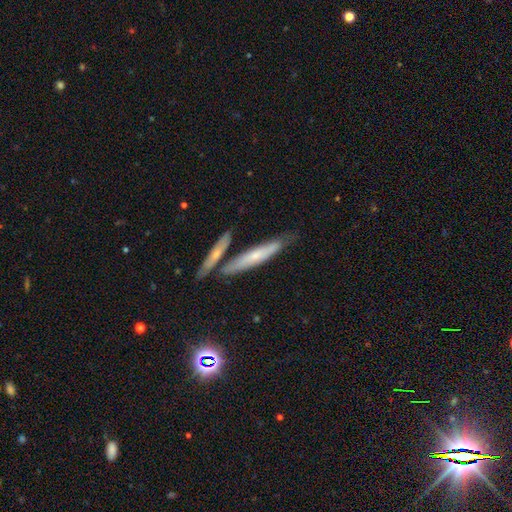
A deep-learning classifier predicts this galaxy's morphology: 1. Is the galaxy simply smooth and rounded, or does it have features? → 46% featured or disk (tied), 46% smooth (tied), 8% star or artifact.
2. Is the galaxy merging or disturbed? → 68% none, 15% merger, 14% minor disturbance, 3% major disturbance.